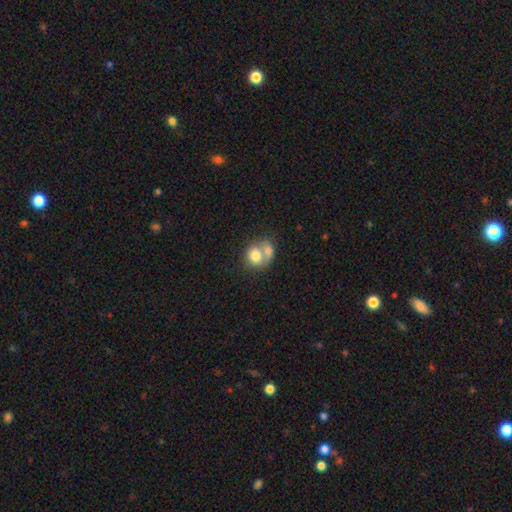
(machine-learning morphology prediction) Q: Smooth or featured?
A: smooth (74%); runner-up: featured or disk (19%)
Q: How rounded?
A: round (62%); runner-up: in between (37%)
Q: Merging?
A: merger (65%); runner-up: none (22%)